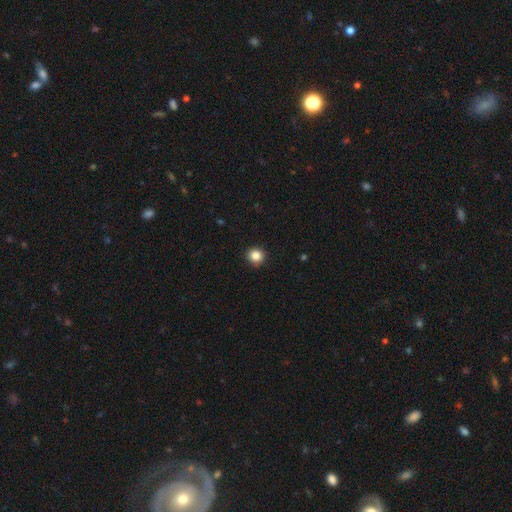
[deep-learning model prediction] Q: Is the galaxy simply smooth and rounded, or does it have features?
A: smooth — 85%.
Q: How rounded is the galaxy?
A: round — 91%.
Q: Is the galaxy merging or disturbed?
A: none — 92%.